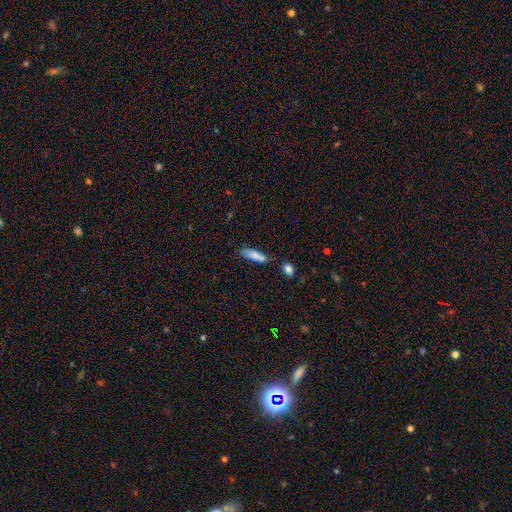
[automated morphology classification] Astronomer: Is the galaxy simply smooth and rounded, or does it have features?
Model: smooth — 80%.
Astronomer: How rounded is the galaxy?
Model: cigar-shaped — 54% (runner-up: in between, 44%).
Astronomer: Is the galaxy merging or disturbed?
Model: none — 57%.